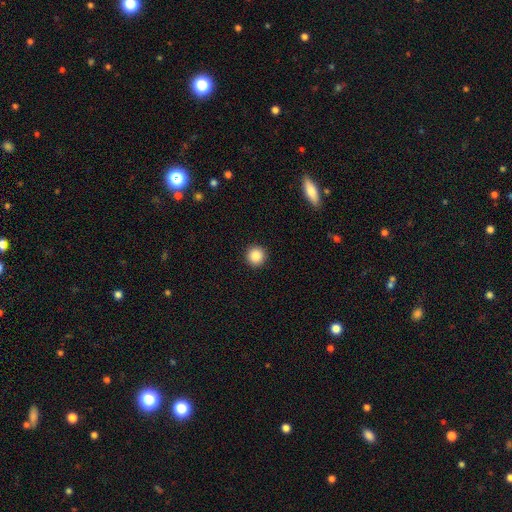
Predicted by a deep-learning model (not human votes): This appears to be a smooth galaxy with no disk features (87%) that is round (95%). Merging: none (93%).